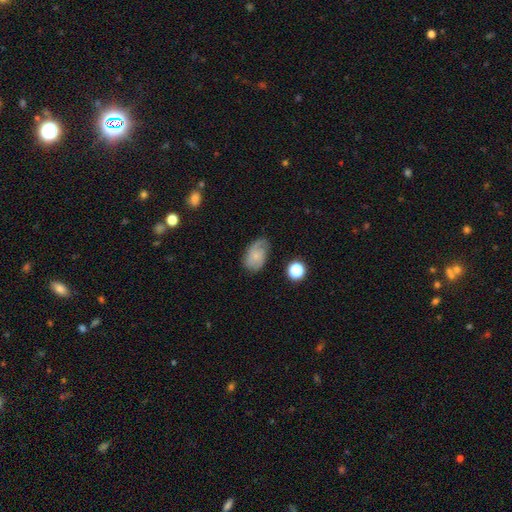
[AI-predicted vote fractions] smooth-or-featured: smooth: 55% | featured or disk: 35% | star or artifact: 10%
  how-rounded: in between: 85% | round: 13% | cigar-shaped: 1%
  merging: none: 57% | minor disturbance: 30% | major disturbance: 11% | merger: 2%